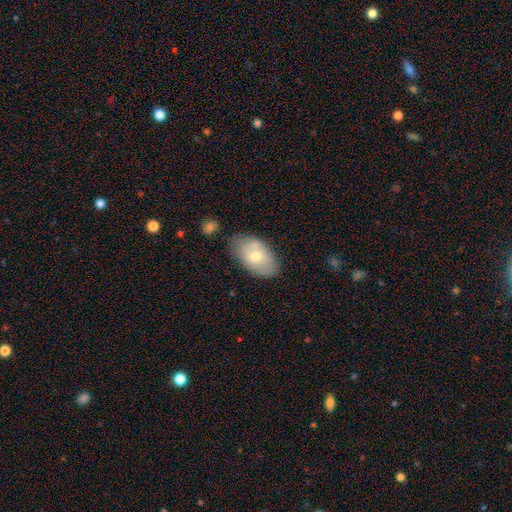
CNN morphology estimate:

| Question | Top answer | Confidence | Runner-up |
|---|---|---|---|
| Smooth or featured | smooth | 65% | featured or disk (28%) |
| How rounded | in between | 93% | round (6%) |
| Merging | none | 70% | minor disturbance (19%) |